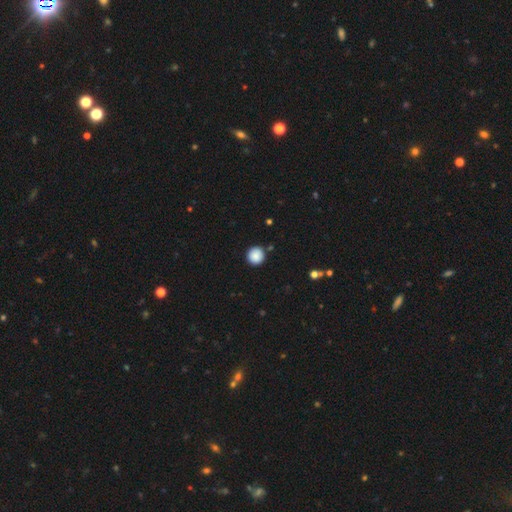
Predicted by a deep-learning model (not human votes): Smooth or featured? Predicted: smooth (p=0.87). How rounded? Predicted: round (p=0.95). Merging? Predicted: none (p=0.89).